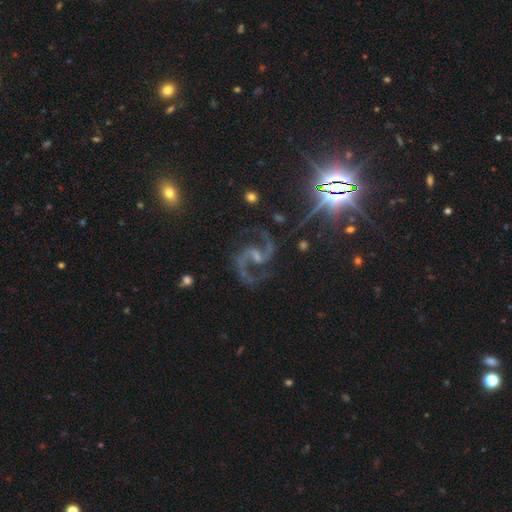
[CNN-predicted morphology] smooth_or_featured: featured or disk (p=0.90) [alt: star or artifact p=0.08]
disk_edge_on: no (p=0.98) [alt: yes p=0.02]
bar: weak (p=0.46) [alt: no p=0.31]
has_spiral_arms: yes (p=0.98) [alt: no p=0.02]
spiral_winding: medium (p=0.55) [alt: loose p=0.37]
spiral_arm_count: 2 (p=0.94) [alt: can't tell p=0.01]
bulge_size: small (p=0.50) [alt: moderate p=0.25]
merging: none (p=0.75) [alt: minor disturbance p=0.13]